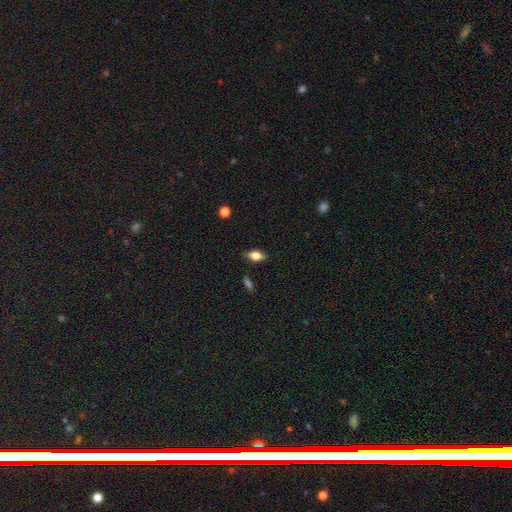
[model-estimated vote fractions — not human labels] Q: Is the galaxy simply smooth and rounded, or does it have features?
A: smooth — 81%.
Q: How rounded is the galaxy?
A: in between — 86%.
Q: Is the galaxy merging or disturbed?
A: none — 84%.